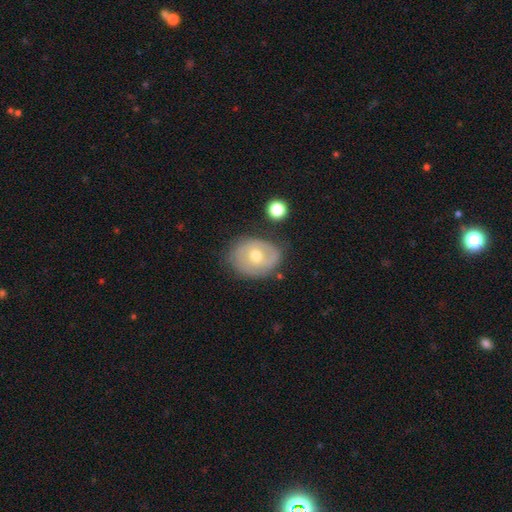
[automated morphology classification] smooth-or-featured: featured or disk: 48% | smooth: 44% | star or artifact: 8%
  merging: none: 68% | minor disturbance: 22% | major disturbance: 7% | merger: 3%